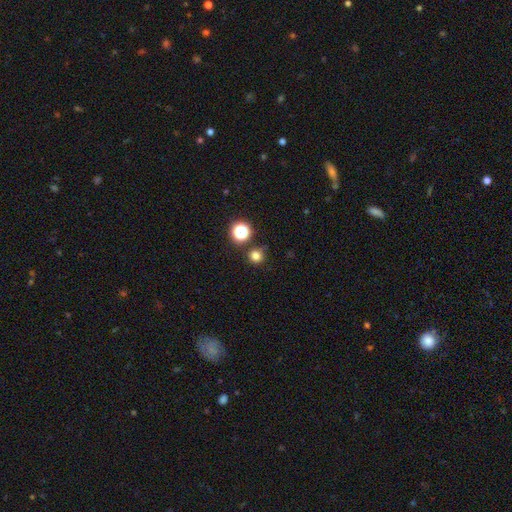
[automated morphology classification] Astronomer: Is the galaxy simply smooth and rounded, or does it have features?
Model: smooth — 77%.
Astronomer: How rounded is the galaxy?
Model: round — 94%.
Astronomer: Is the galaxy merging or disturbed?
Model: none — 83%.